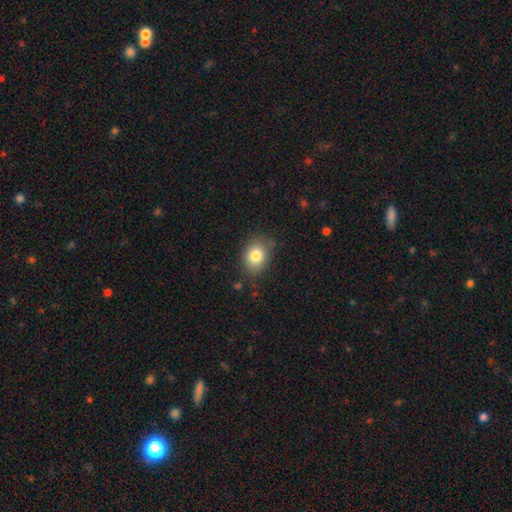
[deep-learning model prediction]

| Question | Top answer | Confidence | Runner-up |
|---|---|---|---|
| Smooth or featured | smooth | 81% | featured or disk (9%) |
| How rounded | in between | 63% | round (36%) |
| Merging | none | 76% | minor disturbance (18%) |